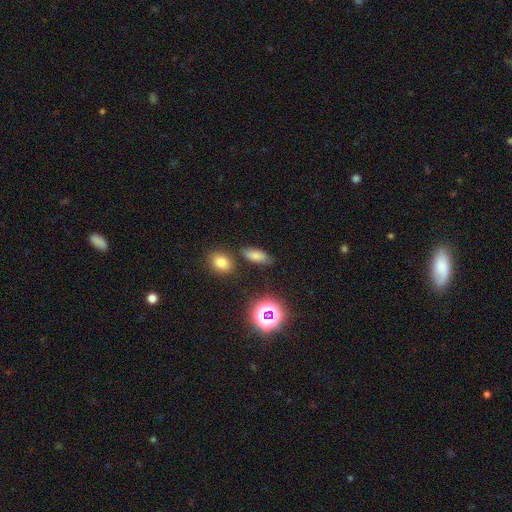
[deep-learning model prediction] Smooth or featured?
  - smooth: 73% *
  - star or artifact: 18%
  - featured or disk: 8%
How rounded?
  - in between: 76% *
  - cigar-shaped: 15%
  - round: 8%
Merging?
  - none: 80% *
  - minor disturbance: 11%
  - merger: 6%
  - major disturbance: 3%